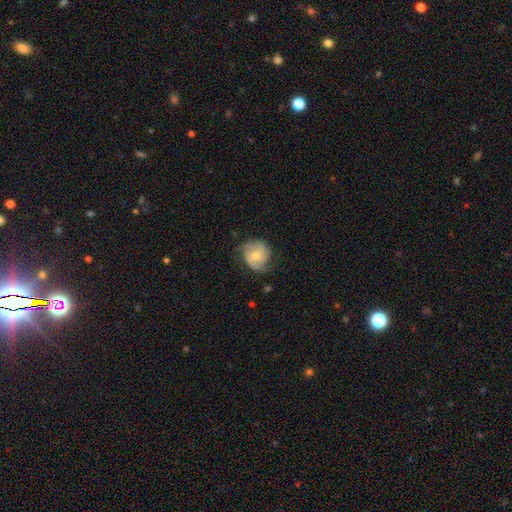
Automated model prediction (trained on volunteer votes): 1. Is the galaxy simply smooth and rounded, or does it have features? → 56% featured or disk, 37% smooth, 7% star or artifact.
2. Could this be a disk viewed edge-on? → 97% no, 3% yes.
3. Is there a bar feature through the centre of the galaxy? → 65% no, 29% weak, 6% strong.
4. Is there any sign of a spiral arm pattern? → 86% yes, 14% no.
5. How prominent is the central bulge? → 50% moderate, 44% small, 3% large, 3% none, 1% dominant.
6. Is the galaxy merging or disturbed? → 62% none, 27% minor disturbance, 10% major disturbance, 1% merger.